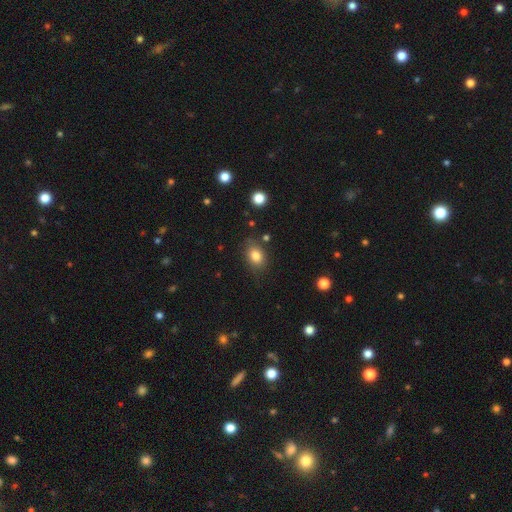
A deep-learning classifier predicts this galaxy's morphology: The model was most divided on "how rounded": in between: 69%, round: 30%, cigar-shaped: 1%. More confident: smooth or featured — smooth (81%); merging — none (78%).